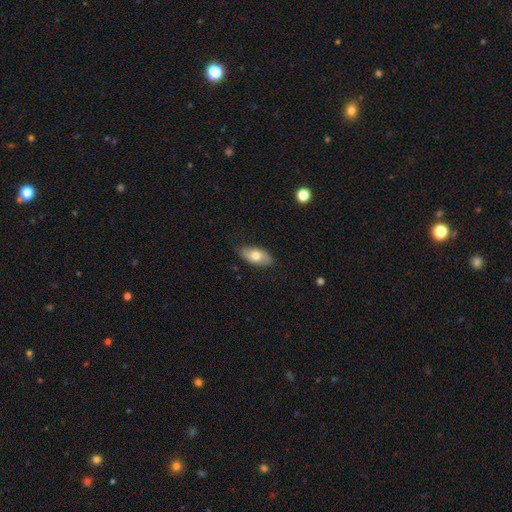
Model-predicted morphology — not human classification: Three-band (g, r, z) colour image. It shows a smooth galaxy with no disk features (68%) that is in between round and cigar-shaped (92%). Merging: none (83%).